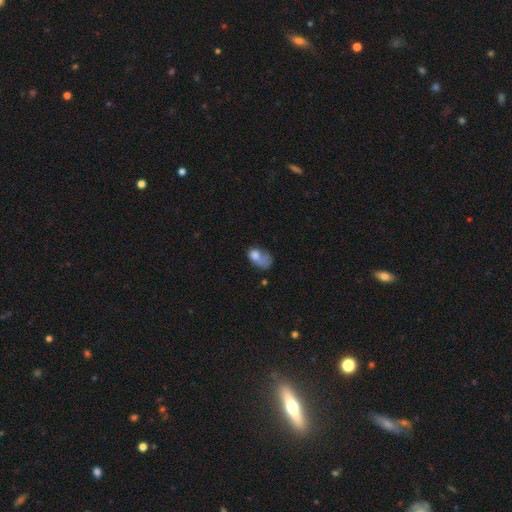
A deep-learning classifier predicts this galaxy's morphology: Overall: smooth (68%). How rounded: in between (80%). Merging: major disturbance (43%; minor disturbance 24%).